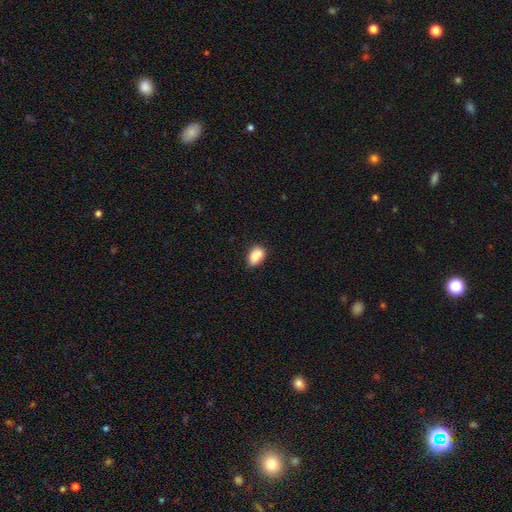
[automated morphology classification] smooth 82%, featured or disk 10%, star or artifact 8%. Down the decision tree: how rounded — in between (85%); merging — none (66%).